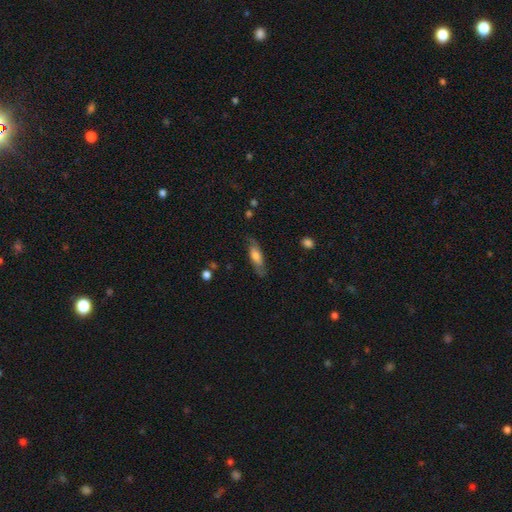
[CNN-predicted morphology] type=smooth (47%); merging=none (76%).